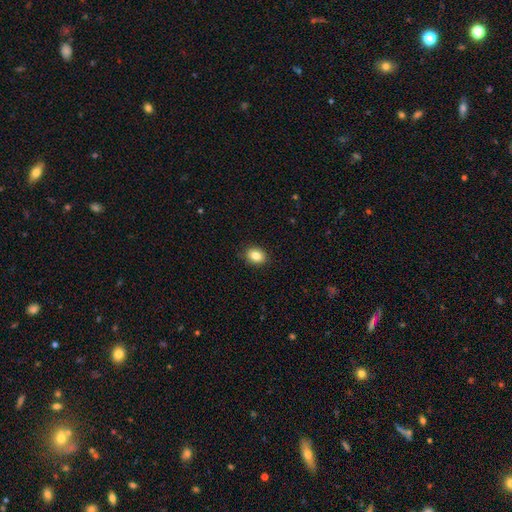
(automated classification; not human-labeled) smooth-or-featured: smooth: 85% | star or artifact: 9% | featured or disk: 6%
  how-rounded: in between: 57% | round: 42% | cigar-shaped: 1%
  merging: none: 89% | minor disturbance: 8% | major disturbance: 2% | merger: 1%